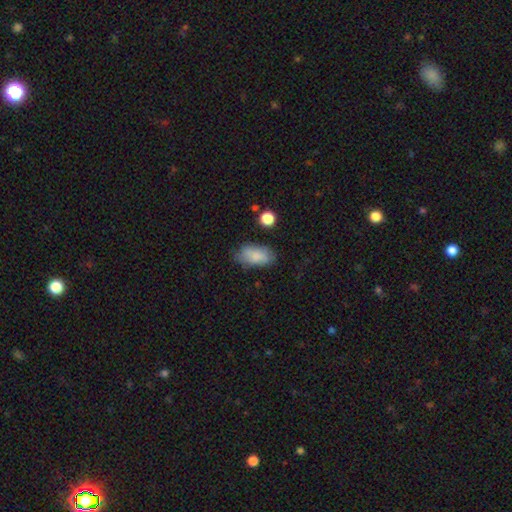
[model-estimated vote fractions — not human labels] A smooth galaxy with no disk features (82%) that is in between round and cigar-shaped (91%).

Vote fractions:
- Smooth or featured? smooth: 82% / featured or disk: 10% / star or artifact: 8%
- How rounded? in between: 91% / cigar-shaped: 5% / round: 4%
- Merging? none: 68% / minor disturbance: 22% / major disturbance: 6% / merger: 3%